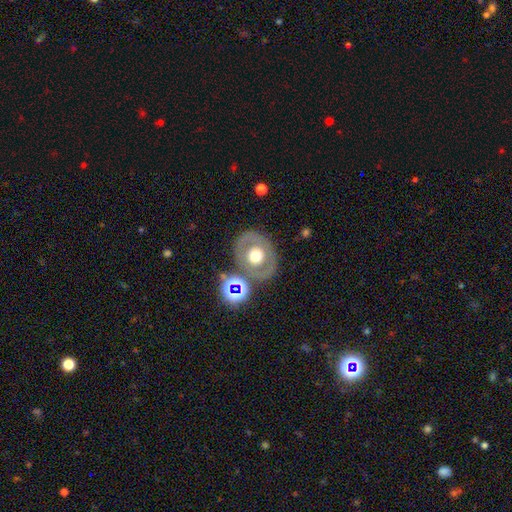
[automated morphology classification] A featured or disk galaxy (46%).

Vote fractions:
- Smooth or featured? featured or disk: 46% / smooth: 43% / star or artifact: 10%
- Merging? none: 76% / minor disturbance: 11% / merger: 8% / major disturbance: 6%